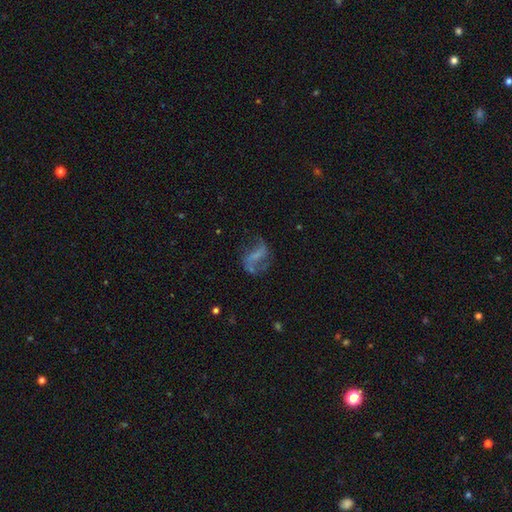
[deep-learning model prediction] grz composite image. It shows a featured or disk galaxy (65%) with a weak bar (38%), spiral arms (75%) and no central bulge (58%). Merging: none (48%).